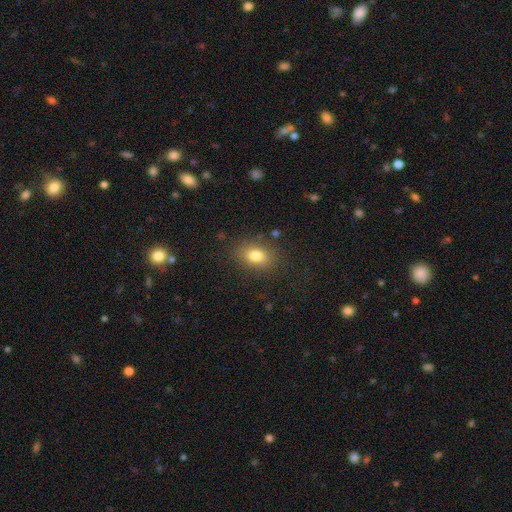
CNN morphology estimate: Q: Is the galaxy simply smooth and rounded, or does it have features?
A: smooth — 80%.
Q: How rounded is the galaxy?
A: in between — 75%.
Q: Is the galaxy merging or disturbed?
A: none — 83%.